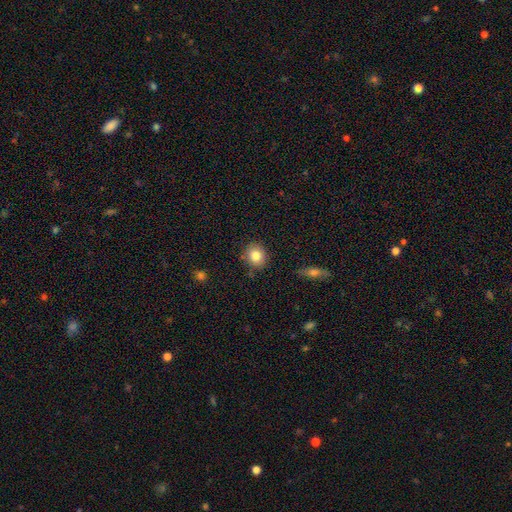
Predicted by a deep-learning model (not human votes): Overall: smooth (83%). How rounded: round (78%). Merging: none (86%).